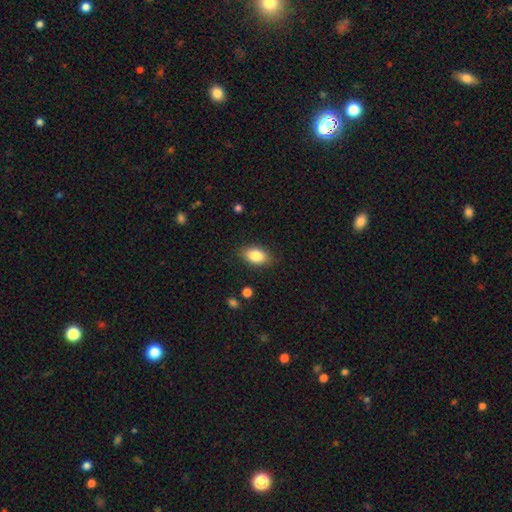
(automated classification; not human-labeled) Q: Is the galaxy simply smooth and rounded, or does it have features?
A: smooth — 83%.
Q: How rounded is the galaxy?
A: in between — 88%.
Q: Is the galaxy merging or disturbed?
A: none — 85%.